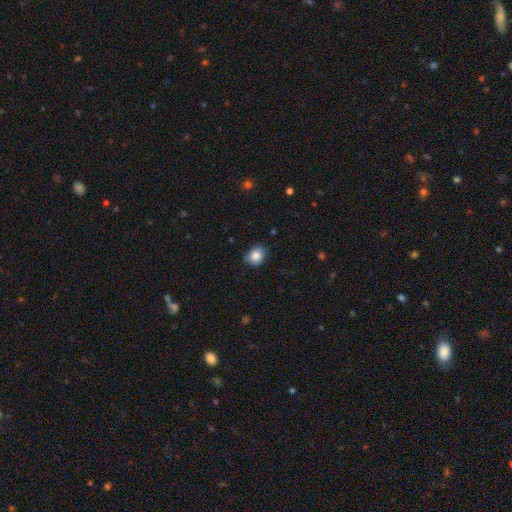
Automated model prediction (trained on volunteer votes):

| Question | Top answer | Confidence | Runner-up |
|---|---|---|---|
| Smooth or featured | smooth | 85% | star or artifact (9%) |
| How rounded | round | 57% | in between (42%) |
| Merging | none | 78% | minor disturbance (18%) |